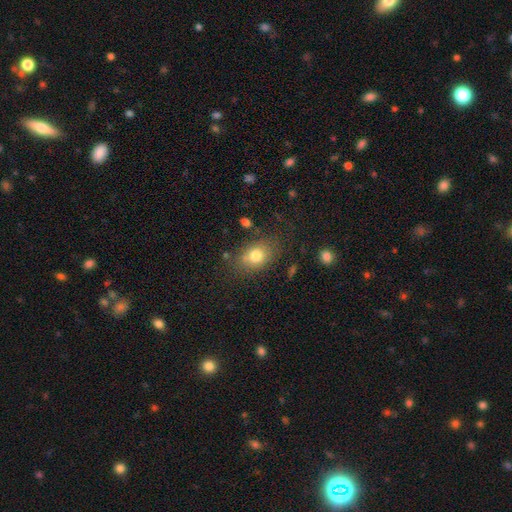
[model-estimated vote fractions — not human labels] Smooth or featured? Predicted: smooth (p=0.78). How rounded? Predicted: in between (p=0.64). Merging? Predicted: none (p=0.75).